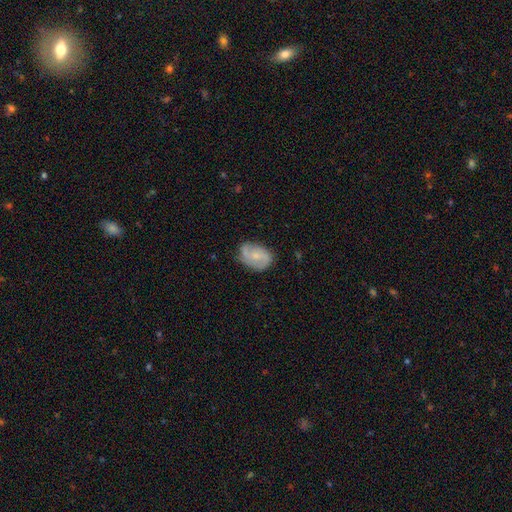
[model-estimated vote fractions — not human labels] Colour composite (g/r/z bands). It shows a featured or disk galaxy (56%) with no bar (59%), spiral arms (85%) and a small central bulge (57%). Merging: none (61%).